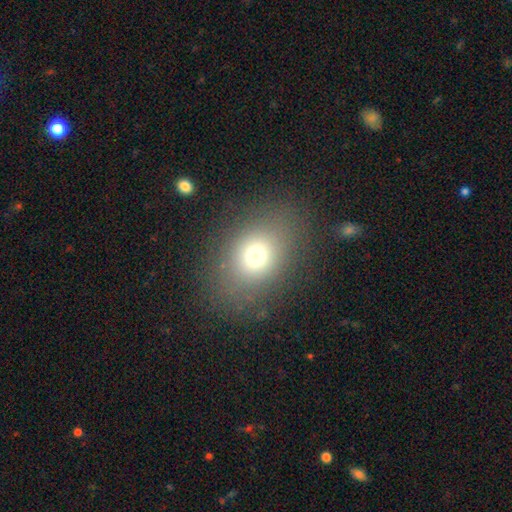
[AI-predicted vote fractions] Smooth or featured?
  - smooth: 72% *
  - star or artifact: 15%
  - featured or disk: 14%
How rounded?
  - in between: 63% *
  - round: 35%
  - cigar-shaped: 1%
Merging?
  - none: 81% *
  - minor disturbance: 11%
  - major disturbance: 6%
  - merger: 2%